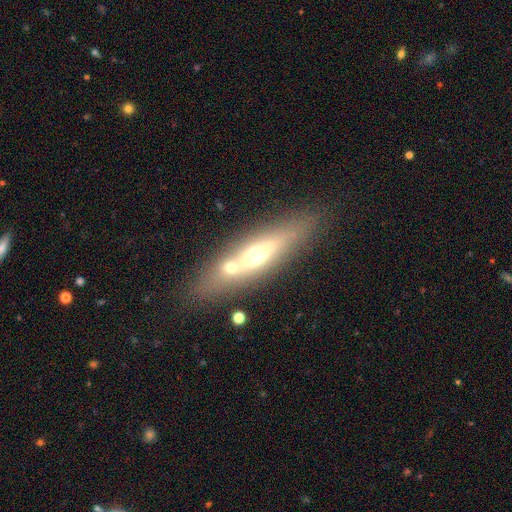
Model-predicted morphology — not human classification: Smooth or featured? featured or disk (54%)
Edge-on disk? yes (80%)
Merging? none (71%)